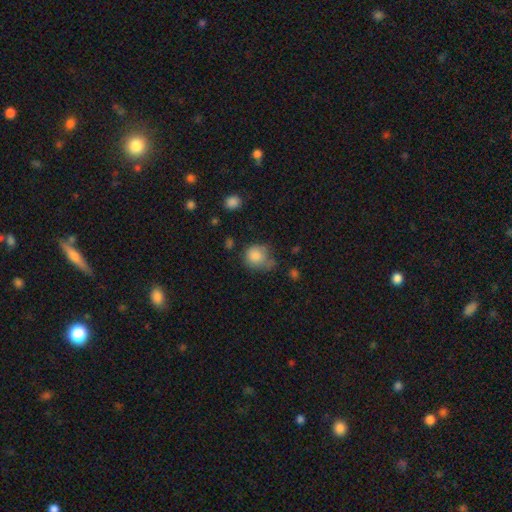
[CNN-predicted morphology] The model was most divided on "merging": none: 41%, minor disturbance: 34%, major disturbance: 19%, merger: 7%. More confident: smooth or featured — smooth (82%); how rounded — round (74%).